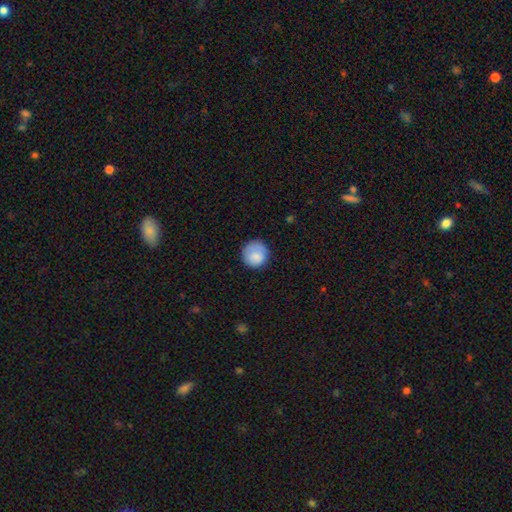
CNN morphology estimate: The model was most divided on "merging": none: 79%, minor disturbance: 16%, major disturbance: 5%, merger: 1%. More confident: how rounded — round (93%); smooth or featured — smooth (83%).